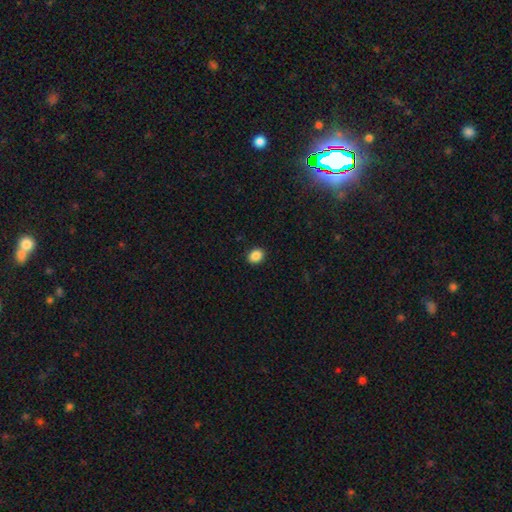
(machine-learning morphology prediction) type=smooth (88%); roundness=in between (50%); merging=none (90%).